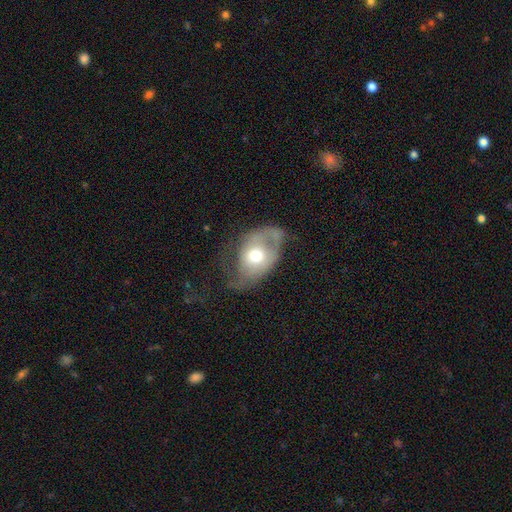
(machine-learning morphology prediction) Smooth or featured?
  - featured or disk: 49% *
  - smooth: 44%
  - star or artifact: 7%
Merging?
  - major disturbance: 41% *
  - none: 29%
  - minor disturbance: 28%
  - merger: 2%